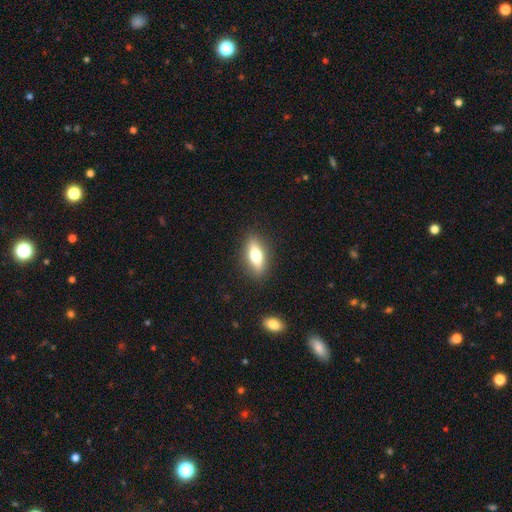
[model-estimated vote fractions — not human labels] smooth_or_featured: smooth (p=0.65) [alt: featured or disk p=0.27]
how_rounded: in between (p=0.71) [alt: cigar-shaped p=0.25]
merging: none (p=0.87) [alt: minor disturbance p=0.09]